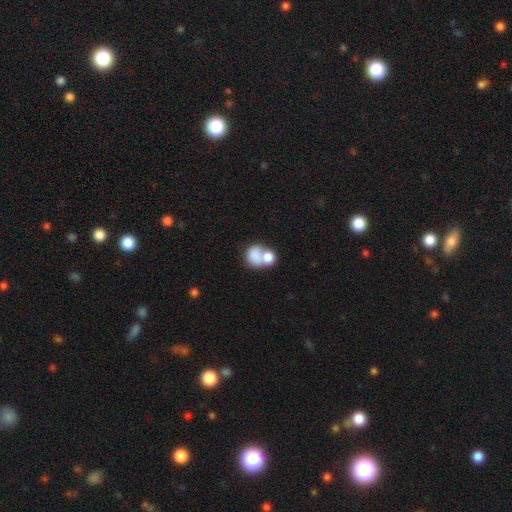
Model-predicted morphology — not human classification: Overall: smooth (74%). How rounded: round (52%; in between 47%). Merging: merger (59%; none 24%).